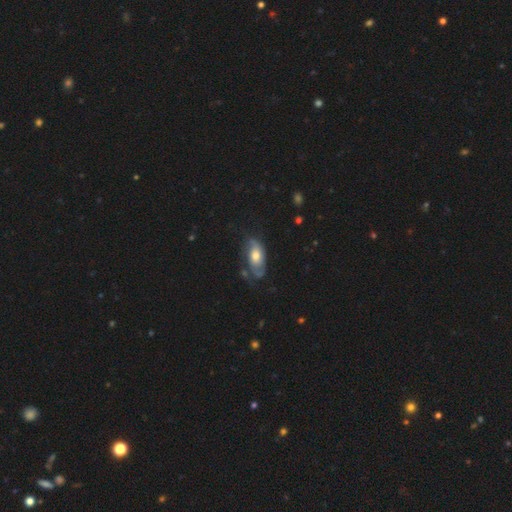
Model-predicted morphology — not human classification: type=featured or disk (64%); edge-on=no (91%); bar=no (76%); spiral arms=yes (83%); bulge=moderate (68%); merging=none (54%).